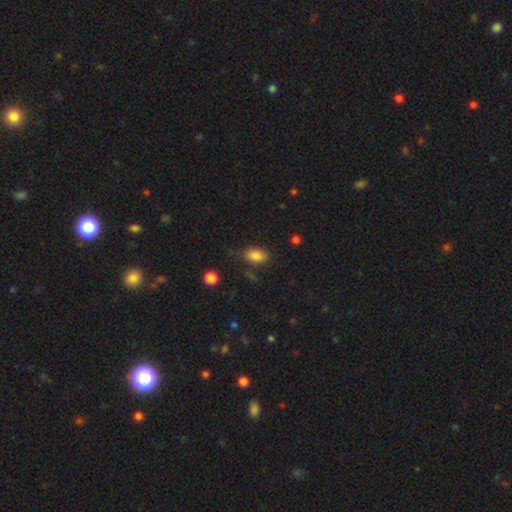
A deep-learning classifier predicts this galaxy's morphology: Overall: smooth (83%). How rounded: in between (88%). Merging: none (73%).